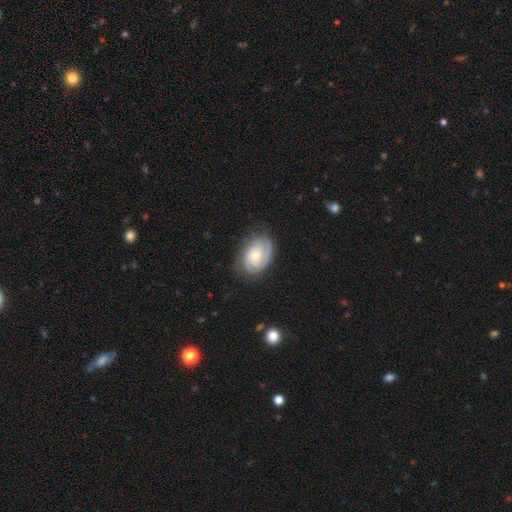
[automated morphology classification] type=featured or disk (71%); edge-on=no (96%); bar=no (77%); spiral arms=yes (90%); winding=tight (67%); arm count=can't tell (35%); bulge=moderate (59%); merging=none (74%).